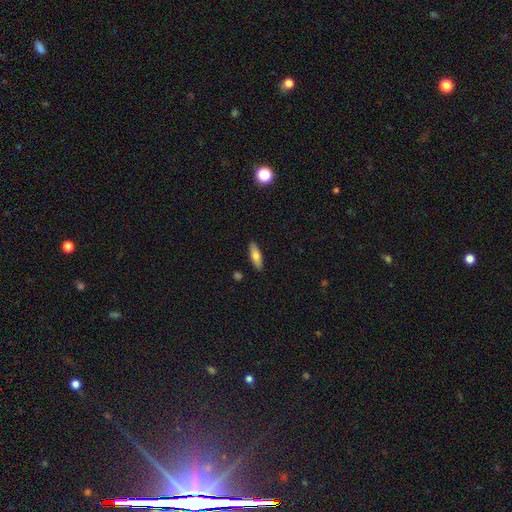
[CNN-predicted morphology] Overall: smooth (72%). How rounded: in between (62%; cigar-shaped 36%). Merging: none (89%).